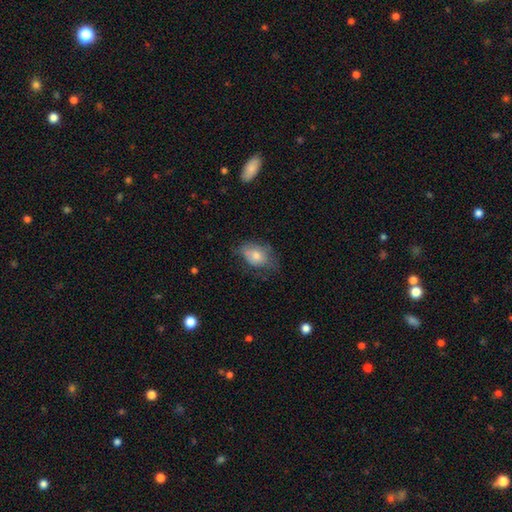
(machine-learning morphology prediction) smooth-or-featured: smooth: 65% | featured or disk: 26% | star or artifact: 9%
  how-rounded: in between: 80% | round: 19% | cigar-shaped: 2%
  merging: none: 51% | minor disturbance: 31% | major disturbance: 16% | merger: 2%